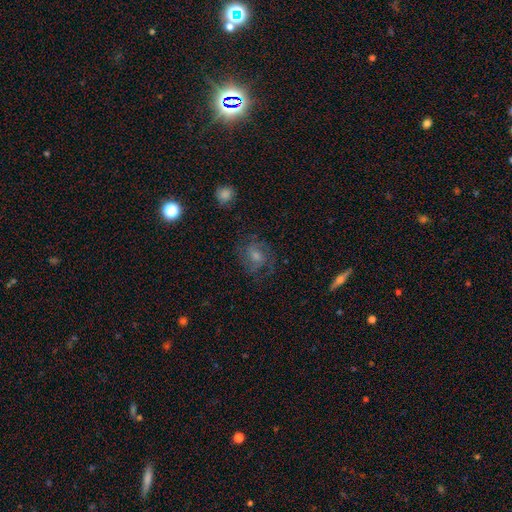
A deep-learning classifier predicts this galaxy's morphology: A featured or disk galaxy (69%) with no bar (49%), 2 (43%) tight (47%) spiral arms (92%) and a moderate central bulge (47%). Merging: none (76%).